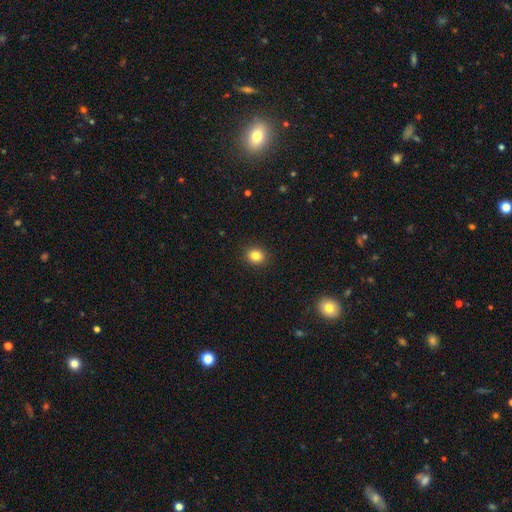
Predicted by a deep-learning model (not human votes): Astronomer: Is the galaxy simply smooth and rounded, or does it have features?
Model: smooth — 83%.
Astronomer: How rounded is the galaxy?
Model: round — 69%.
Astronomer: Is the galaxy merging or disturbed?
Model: none — 91%.